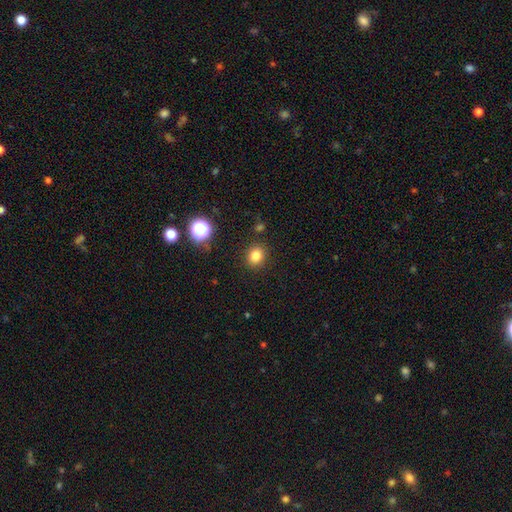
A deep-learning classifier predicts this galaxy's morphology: Smooth or featured? Predicted: smooth (p=0.81). How rounded? Predicted: round (p=0.66). Merging? Predicted: none (p=0.87).